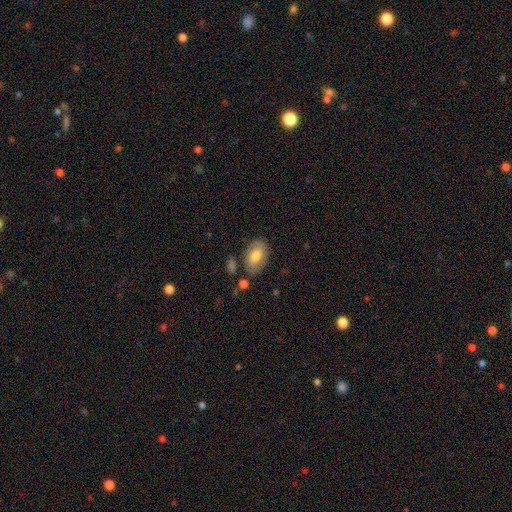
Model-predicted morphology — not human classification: type=smooth (72%); roundness=in between (90%); merging=none (76%).